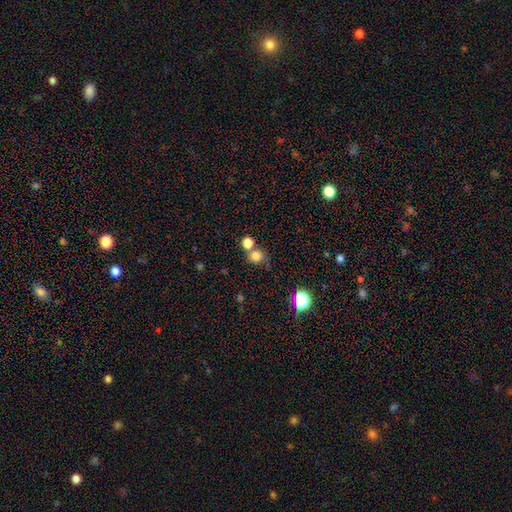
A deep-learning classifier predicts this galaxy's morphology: A smooth galaxy with no disk features (78%) that is round (85%). Merging: none (62%).